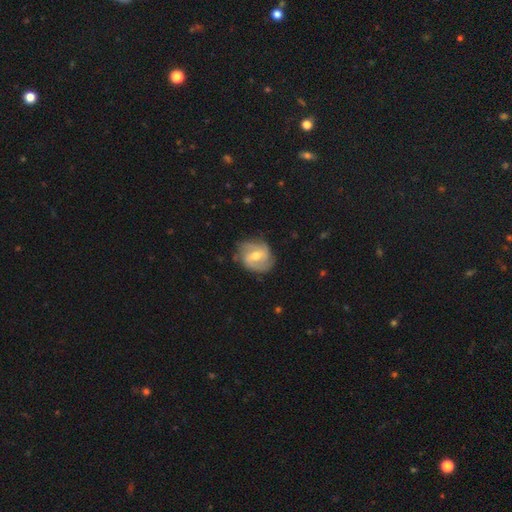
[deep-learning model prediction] Morphology: type=featured or disk (71%); edge-on=no (97%); bar=weak (53%); spiral arms=yes (87%); winding=medium (44%); arm count=2 (61%); bulge=moderate (69%); merging=none (70%).